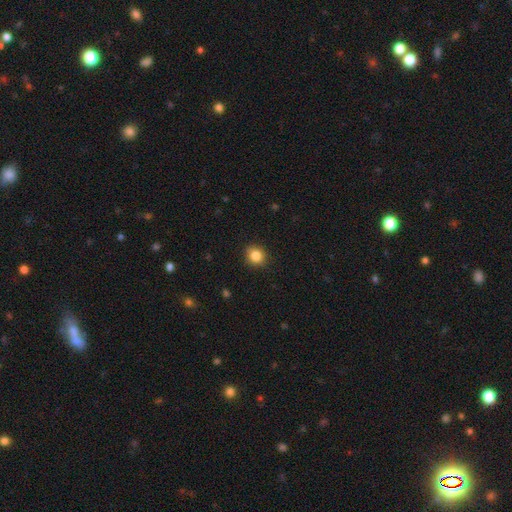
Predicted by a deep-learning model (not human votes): Overall: smooth (85%). How rounded: round (78%). Merging: none (90%).